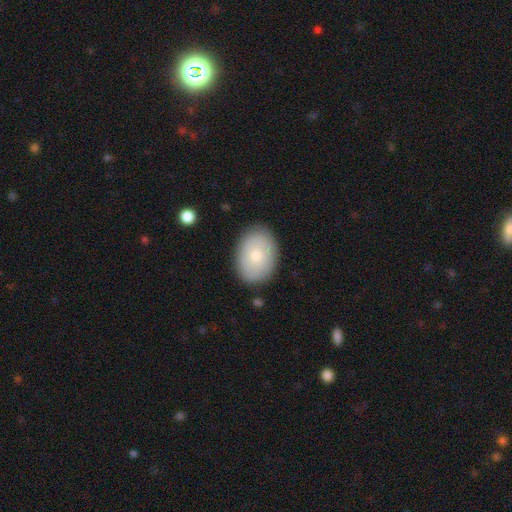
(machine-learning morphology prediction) This appears to be a smooth galaxy with no disk features (76%) that is in between round and cigar-shaped (80%). Merging: none (86%).